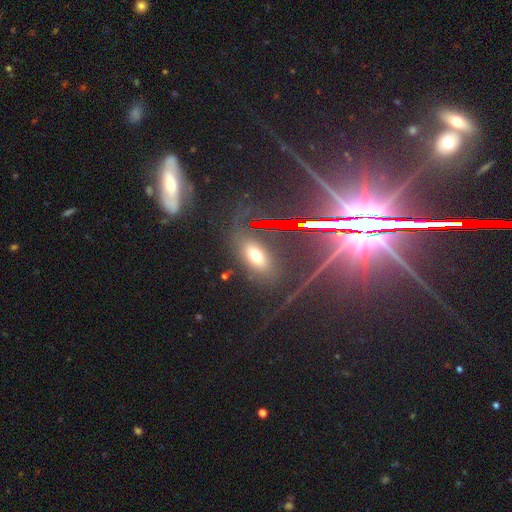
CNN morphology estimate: Smooth or featured?
  - smooth: 57% *
  - star or artifact: 26%
  - featured or disk: 17%
How rounded?
  - in between: 79% *
  - round: 13%
  - cigar-shaped: 8%
Merging?
  - none: 76% *
  - minor disturbance: 13%
  - major disturbance: 7%
  - merger: 3%